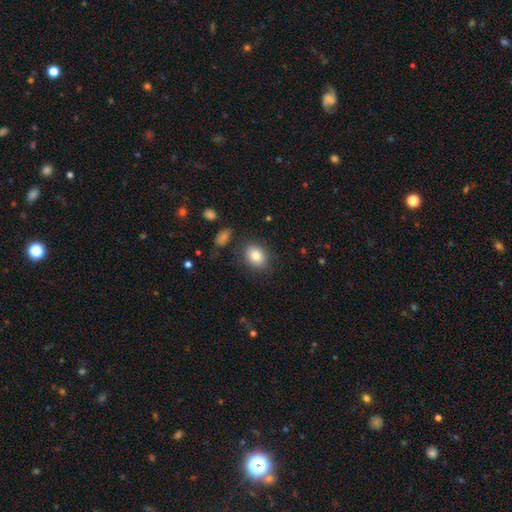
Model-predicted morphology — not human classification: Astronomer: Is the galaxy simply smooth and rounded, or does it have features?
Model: smooth — 83%.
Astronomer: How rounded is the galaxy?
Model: in between — 56% (runner-up: round, 43%).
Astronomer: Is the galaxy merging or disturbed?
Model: none — 82%.